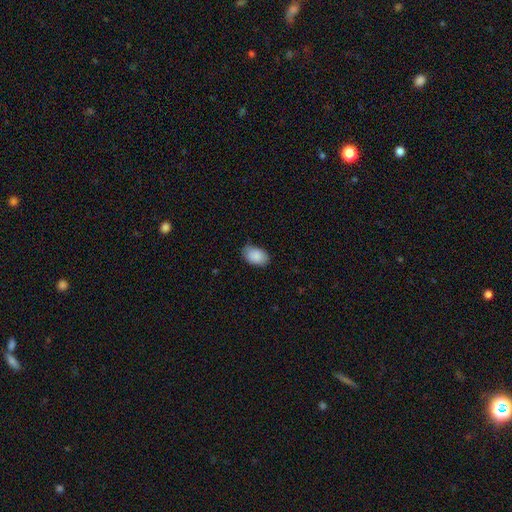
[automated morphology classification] Q: Smooth or featured?
A: smooth (89%); runner-up: star or artifact (6%)
Q: How rounded?
A: in between (89%); runner-up: round (10%)
Q: Merging?
A: none (75%); runner-up: minor disturbance (21%)